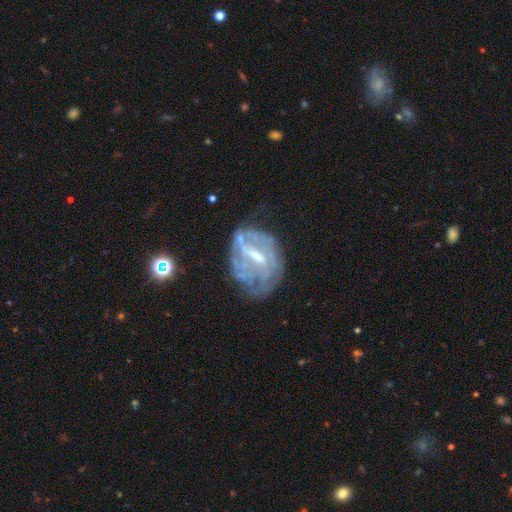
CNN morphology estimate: smooth-or-featured: featured or disk: 77% | smooth: 14% | star or artifact: 9%
  disk-edge-on: no: 96% | yes: 4%
    bar: weak: 49% | strong: 32% | no: 18%
    has-spiral-arms: yes: 61% | no: 39%
    bulge-size: moderate: 44% | small: 41% | none: 12% | large: 3% | dominant: 1%
  merging: none: 49% | minor disturbance: 25% | major disturbance: 22% | merger: 4%